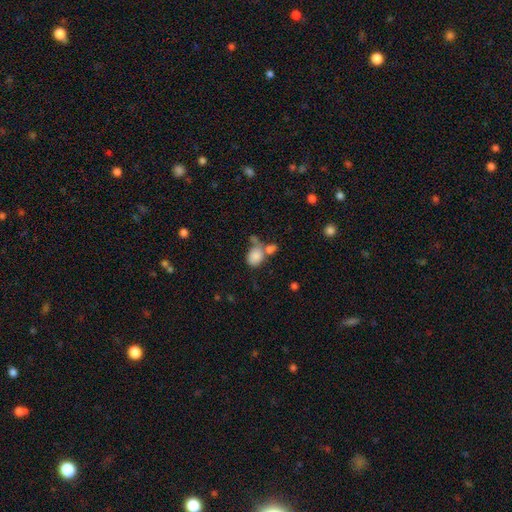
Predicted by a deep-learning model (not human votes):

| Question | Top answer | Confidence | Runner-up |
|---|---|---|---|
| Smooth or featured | smooth | 83% | star or artifact (9%) |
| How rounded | in between | 63% | round (35%) |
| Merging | merger | 43% | none (34%) |